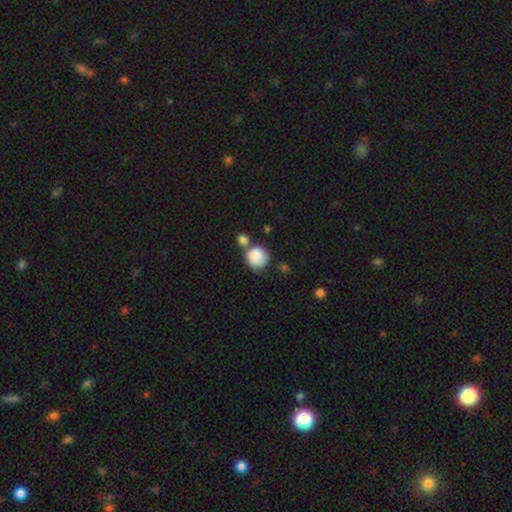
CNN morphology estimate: Smooth or featured: smooth — 85% (star or artifact — 8%)
How rounded: round — 82% (in between — 17%)
Merging: none — 43% (merger — 33%)